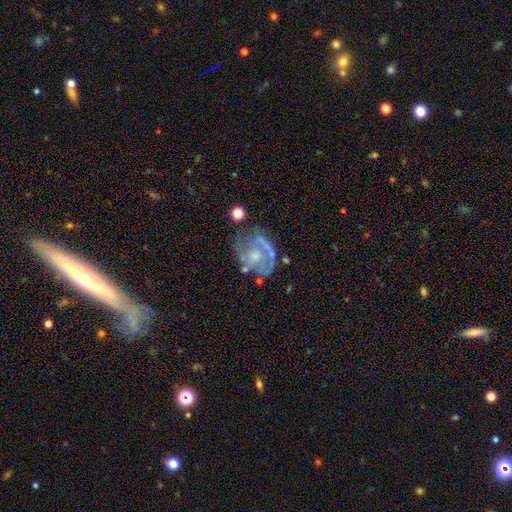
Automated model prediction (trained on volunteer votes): smooth_or_featured: featured or disk (p=0.70) [alt: smooth p=0.22]
disk_edge_on: no (p=0.97) [alt: yes p=0.03]
bar: no (p=0.80) [alt: weak p=0.17]
has_spiral_arms: yes (p=0.50) [tied with: no p=0.50]
bulge_size: moderate (p=0.41) [alt: small p=0.33]
merging: none (p=0.45) [alt: minor disturbance p=0.24]